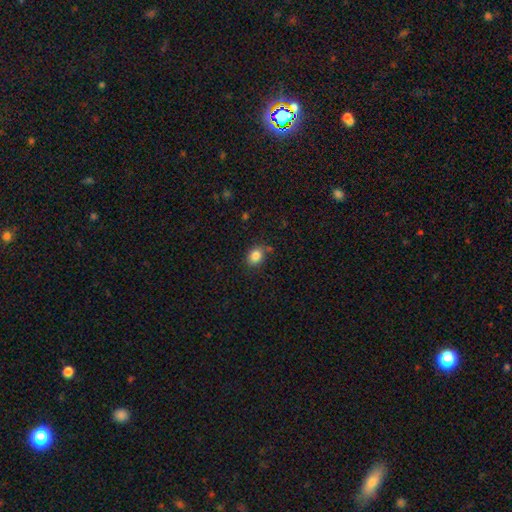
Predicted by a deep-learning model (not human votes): smooth 85%, star or artifact 10%, featured or disk 6%. Down the decision tree: how rounded — in between (58%); merging — none (76%).